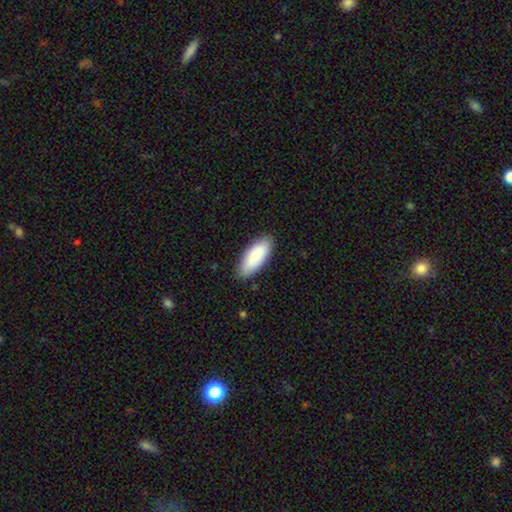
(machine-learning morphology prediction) smooth_or_featured: smooth (p=0.87) [alt: featured or disk p=0.08]
how_rounded: in between (p=0.81) [alt: cigar-shaped p=0.17]
merging: none (p=0.85) [alt: minor disturbance p=0.12]